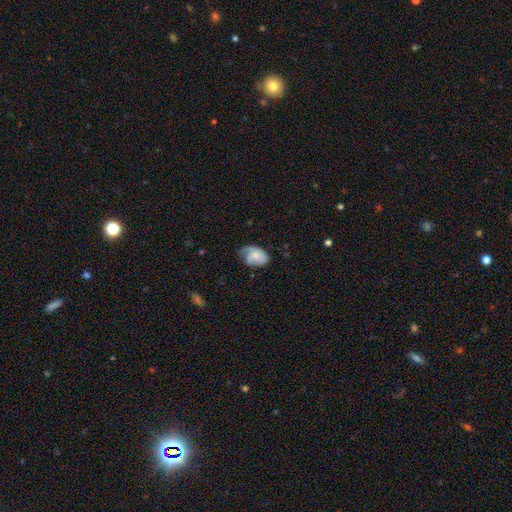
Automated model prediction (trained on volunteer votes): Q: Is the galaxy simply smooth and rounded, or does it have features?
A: smooth — 50%.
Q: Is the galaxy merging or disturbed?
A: none — 47%.